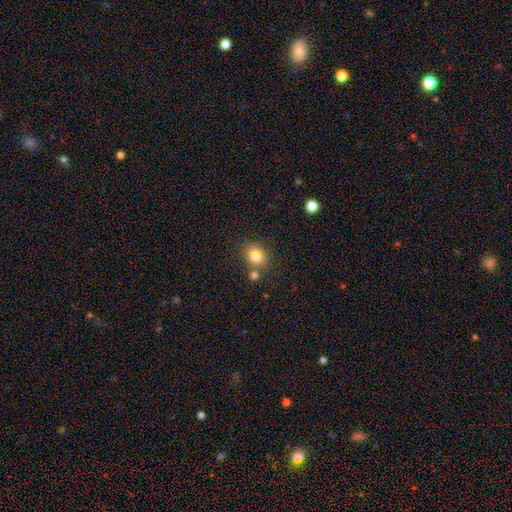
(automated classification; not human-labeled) smooth 79%, star or artifact 12%, featured or disk 9%. Down the decision tree: how rounded — round (62%); merging — none (66%).